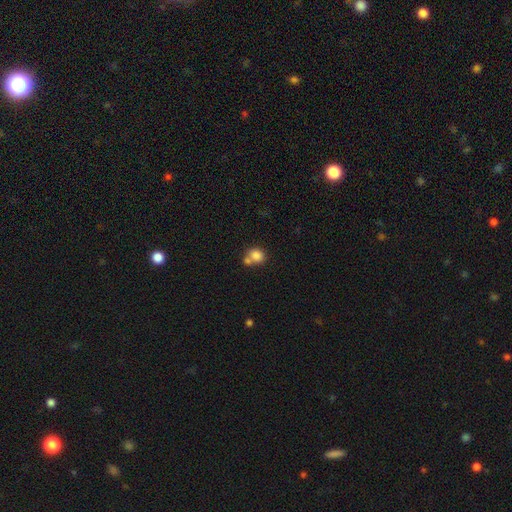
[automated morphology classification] This is clearly a smooth galaxy (81%). How rounded: likely round (74%). Merging: marginally none (45%).